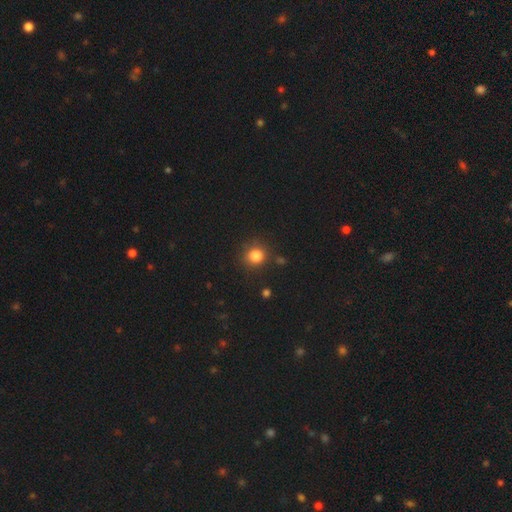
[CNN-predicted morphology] A smooth galaxy with no disk features (84%) that is round (86%). Merging: none (83%).